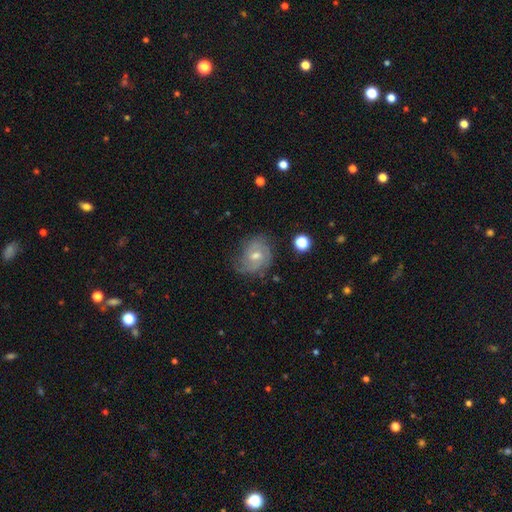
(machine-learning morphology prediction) Overall: featured or disk (75%). Edge-on disk: no (97%). Bar: no (54%; weak 39%). Spiral arms: yes (92%). Spiral arm count: 2 (43%; can't tell 27%). Spiral winding: tight (52%; medium 36%). Bulge size: moderate (62%; small 33%). Merging: none (70%).